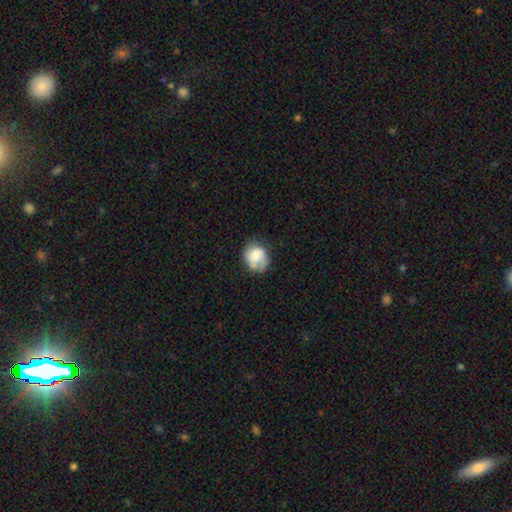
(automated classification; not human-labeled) The model was most divided on "how rounded": round: 60%, in between: 39%, cigar-shaped: 1%. More confident: smooth or featured — smooth (57%); merging — none (55%).